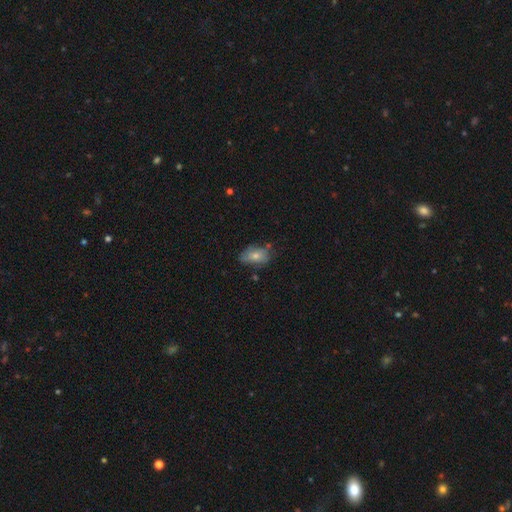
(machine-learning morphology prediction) type=smooth (69%); roundness=in between (87%); merging=none (56%).